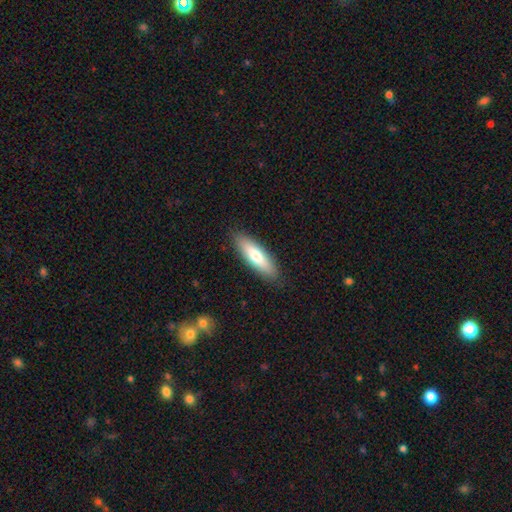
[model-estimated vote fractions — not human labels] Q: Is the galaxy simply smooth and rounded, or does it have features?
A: smooth — 72%.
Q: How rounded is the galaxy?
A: cigar-shaped — 56%.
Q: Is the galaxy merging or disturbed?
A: none — 88%.